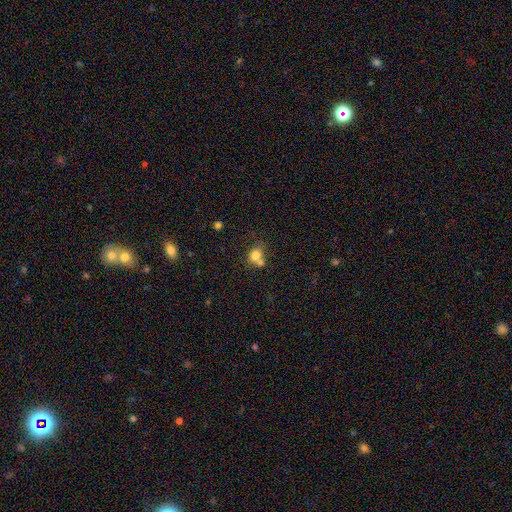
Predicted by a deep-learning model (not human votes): Smooth or featured: smooth — 78% (star or artifact — 11%)
How rounded: round — 62% (in between — 37%)
Merging: none — 44% (merger — 41%)